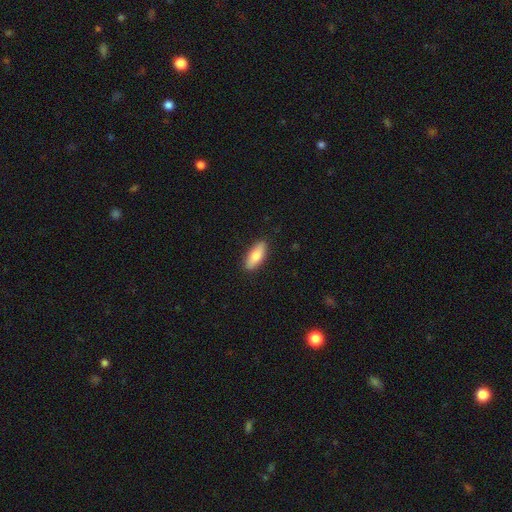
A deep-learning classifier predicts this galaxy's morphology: This appears to be a smooth galaxy with no disk features (78%) that is in between round and cigar-shaped (76%). Merging: none (88%).